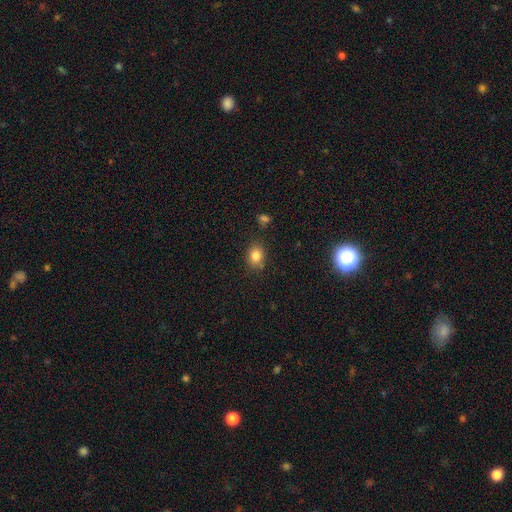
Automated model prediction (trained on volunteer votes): Overall: smooth (83%). How rounded: in between (50%; round 49%). Merging: none (78%).